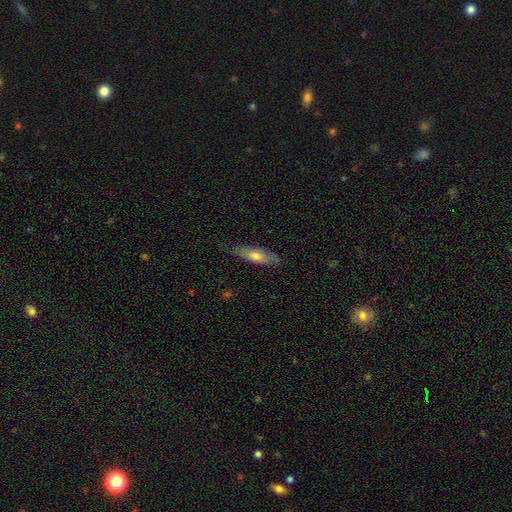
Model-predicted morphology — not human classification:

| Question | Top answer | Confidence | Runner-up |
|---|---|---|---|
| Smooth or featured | smooth | 63% | featured or disk (31%) |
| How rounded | cigar-shaped | 61% | in between (37%) |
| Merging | none | 80% | minor disturbance (16%) |